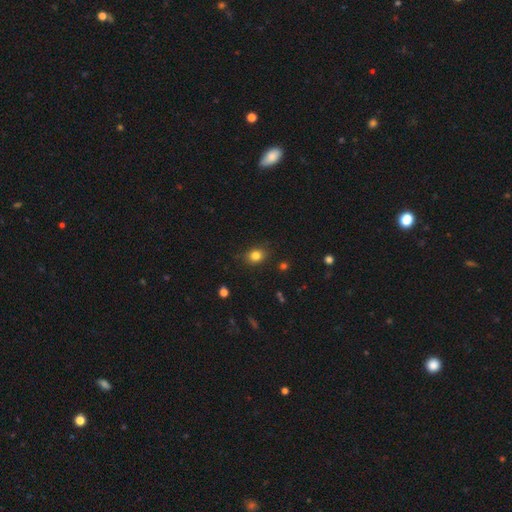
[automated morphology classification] This is clearly a smooth galaxy (82%). How rounded: possibly round (57%). Merging: clearly none (84%).